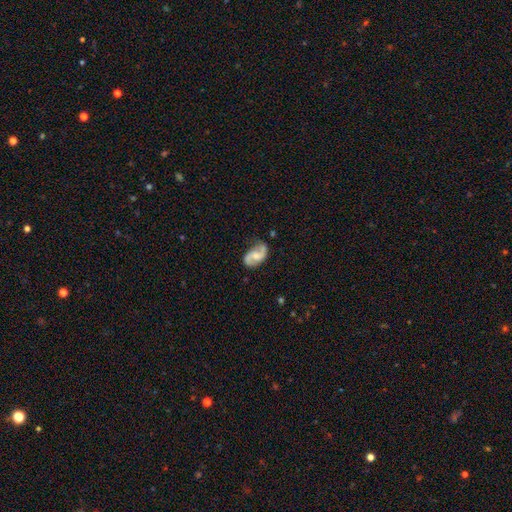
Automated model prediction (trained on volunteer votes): smooth-or-featured: featured or disk: 81% | smooth: 13% | star or artifact: 6%
  disk-edge-on: no: 97% | yes: 3%
    bar: no: 48% | weak: 42% | strong: 10%
    has-spiral-arms: yes: 95% | no: 5%
      spiral-winding: loose: 44% | medium: 42% | tight: 13%
      spiral-arm-count: 2: 91% | can't tell: 3% | 1: 2% | 3: 1% | 4: 1% | more than 4: 1%
    bulge-size: moderate: 44% | small: 36% | none: 13% | large: 5% | dominant: 1%
  merging: none: 70% | minor disturbance: 20% | major disturbance: 7% | merger: 3%